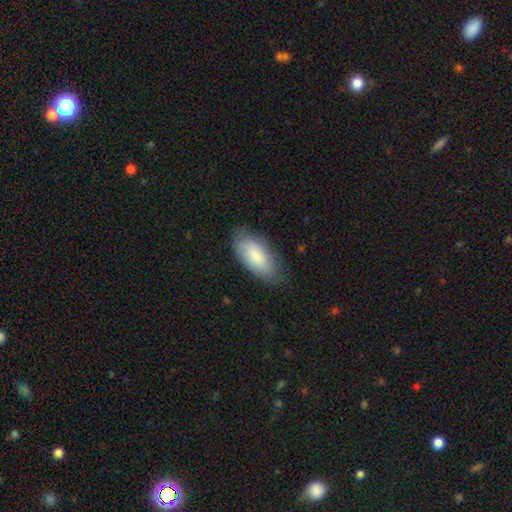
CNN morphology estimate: Smooth or featured?
  - smooth: 79% *
  - featured or disk: 15%
  - star or artifact: 6%
How rounded?
  - in between: 92% *
  - cigar-shaped: 6%
  - round: 2%
Merging?
  - none: 75% *
  - minor disturbance: 19%
  - major disturbance: 4%
  - merger: 1%